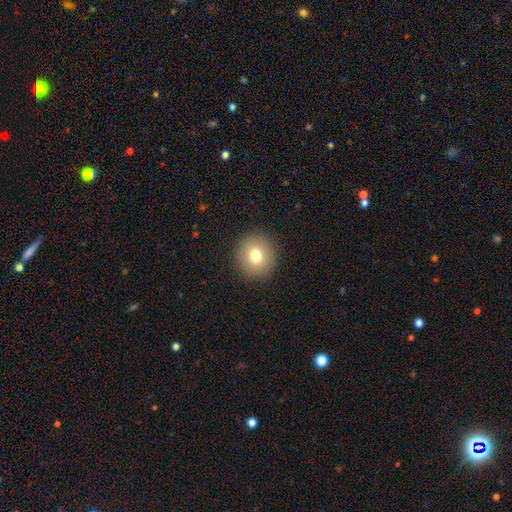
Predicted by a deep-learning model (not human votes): Q: Smooth or featured?
A: smooth (76%); runner-up: featured or disk (12%)
Q: How rounded?
A: round (90%); runner-up: in between (9%)
Q: Merging?
A: none (91%); runner-up: minor disturbance (6%)